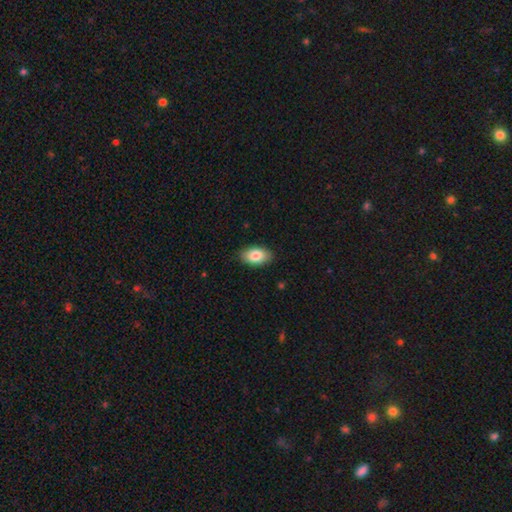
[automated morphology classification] Smooth or featured: smooth — 84% (featured or disk — 10%)
How rounded: in between — 93% (round — 5%)
Merging: none — 87% (minor disturbance — 10%)